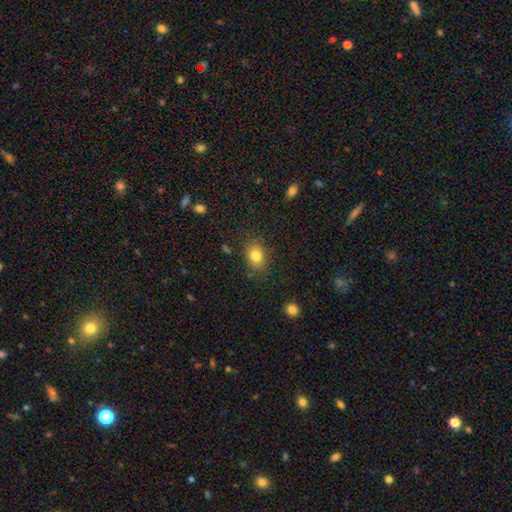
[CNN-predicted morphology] smooth-or-featured: smooth: 82% | star or artifact: 10% | featured or disk: 8%
  how-rounded: in between: 68% | round: 30% | cigar-shaped: 1%
  merging: none: 80% | minor disturbance: 14% | major disturbance: 4% | merger: 2%